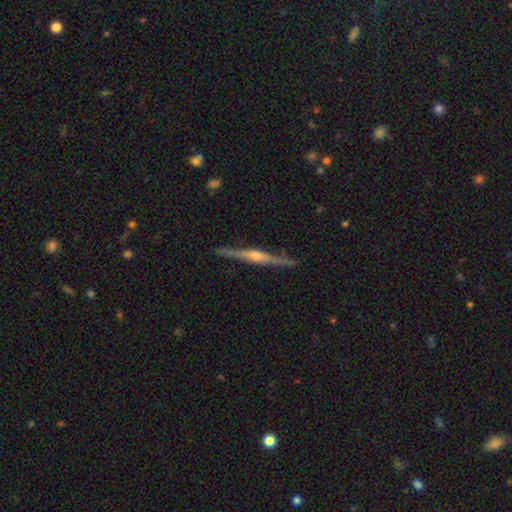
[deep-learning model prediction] This appears to be a featured or disk galaxy (85%) viewed edge-on (98%) with a rounded central bulge (86%). Merging: none (89%).